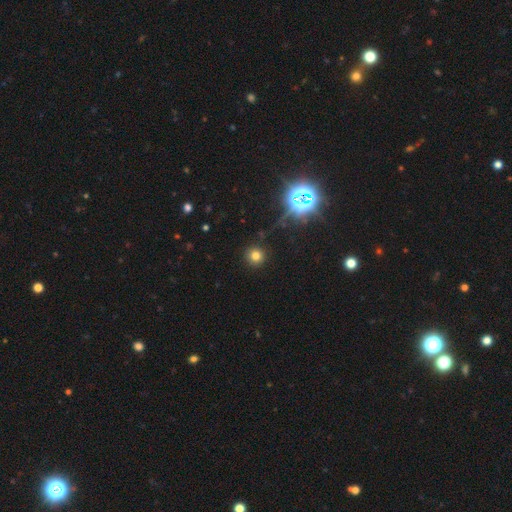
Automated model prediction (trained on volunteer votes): This is likely a smooth galaxy (73%). How rounded: clearly round (94%). Merging: clearly none (90%).